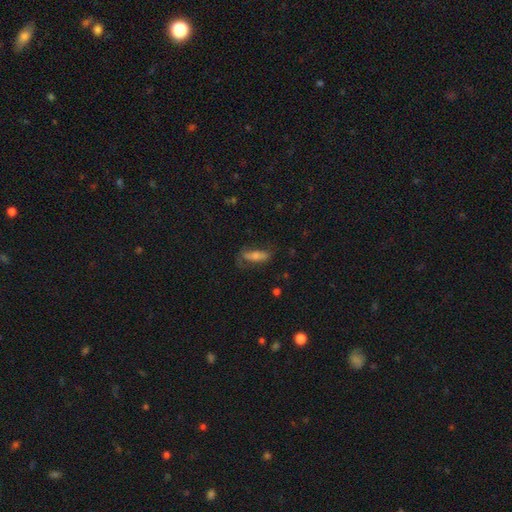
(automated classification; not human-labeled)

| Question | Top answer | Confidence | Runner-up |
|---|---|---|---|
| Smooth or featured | smooth | 47% | featured or disk (40%) |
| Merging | none | 57% | minor disturbance (23%) |